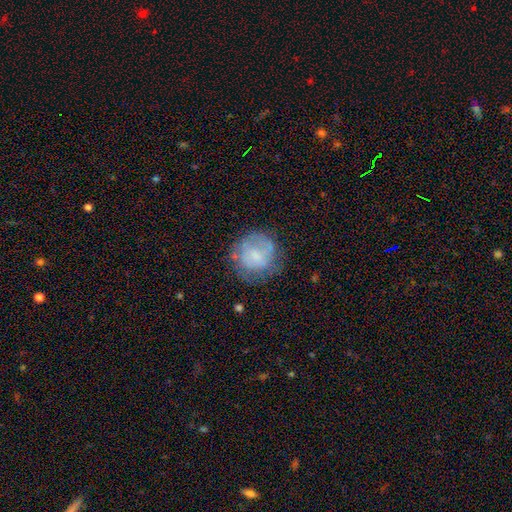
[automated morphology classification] This appears to be a smooth galaxy with no disk features (52%) that is round (87%). Merging: none (61%).